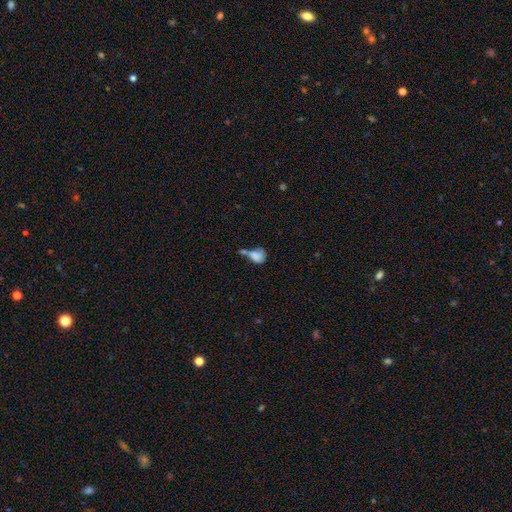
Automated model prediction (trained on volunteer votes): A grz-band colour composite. It shows a smooth galaxy with no disk features (75%) that is in between round and cigar-shaped (53%). Merging: merger (44%).